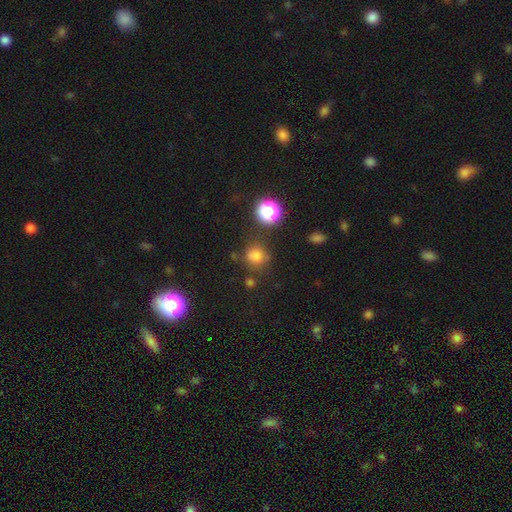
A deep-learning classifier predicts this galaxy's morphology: Smooth or featured? Predicted: smooth (p=0.73). How rounded? Predicted: round (p=0.82). Merging? Predicted: none (p=0.71).